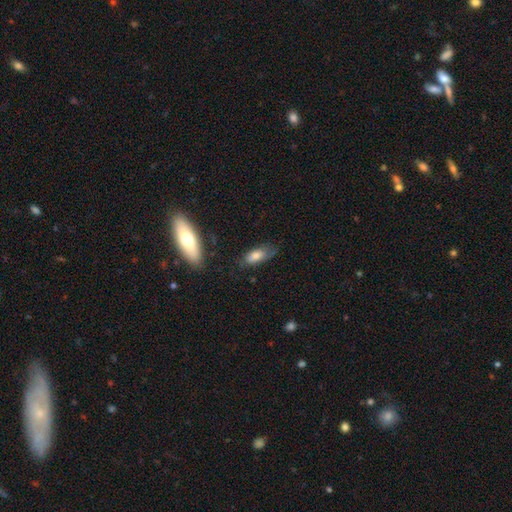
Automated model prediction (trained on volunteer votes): Smooth or featured? smooth (76%)
How rounded? in between (78%)
Merging? none (59%)